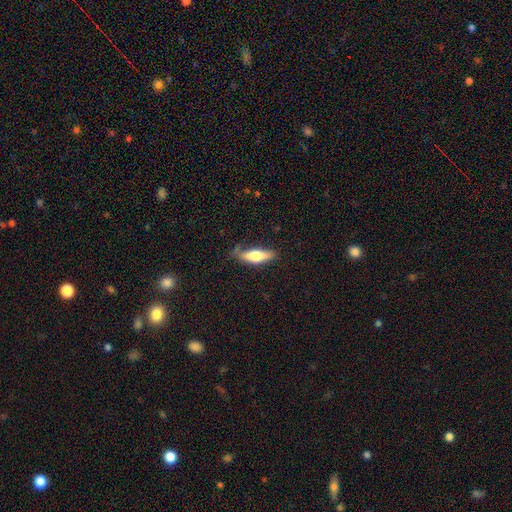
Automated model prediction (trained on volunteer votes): smooth 62%, featured or disk 32%, star or artifact 6%. Down the decision tree: how rounded — cigar-shaped (53%); merging — none (67%).